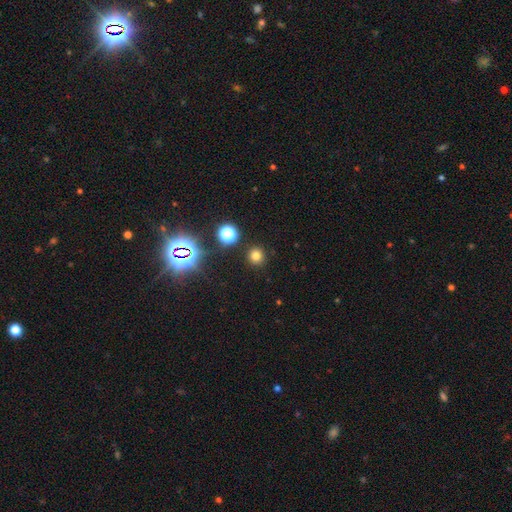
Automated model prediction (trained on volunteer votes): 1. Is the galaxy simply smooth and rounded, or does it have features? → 73% smooth, 21% star or artifact, 6% featured or disk.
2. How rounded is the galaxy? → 91% round, 8% in between, 1% cigar-shaped.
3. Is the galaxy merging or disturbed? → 90% none, 6% minor disturbance, 2% major disturbance, 2% merger.